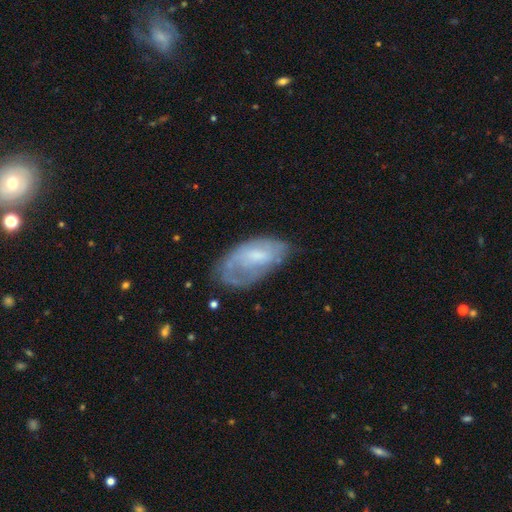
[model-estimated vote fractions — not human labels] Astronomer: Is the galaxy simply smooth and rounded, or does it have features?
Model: featured or disk — 51% (runner-up: smooth, 41%).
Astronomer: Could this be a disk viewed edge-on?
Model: no — 92%.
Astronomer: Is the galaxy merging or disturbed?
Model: none — 49% (runner-up: minor disturbance, 29%).